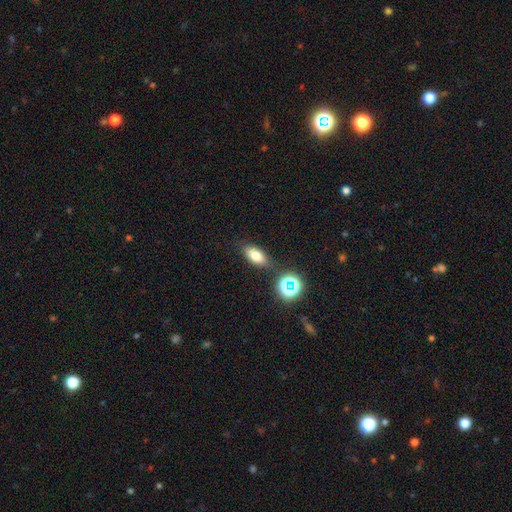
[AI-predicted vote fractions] This is likely a smooth galaxy (72%). How rounded: clearly in between (80%). Merging: likely none (80%).